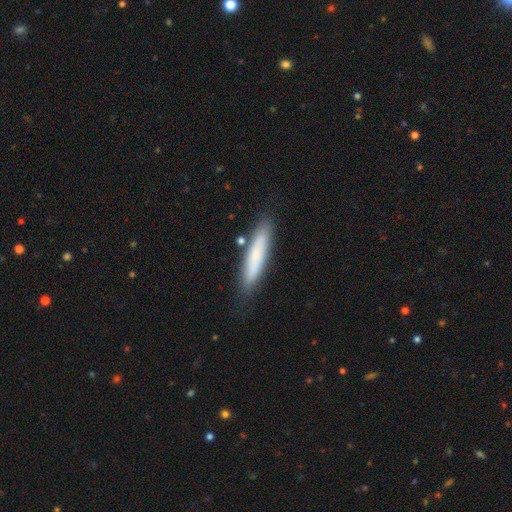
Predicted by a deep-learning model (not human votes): smooth 70%, featured or disk 23%, star or artifact 7%. Down the decision tree: how rounded — cigar-shaped (86%); merging — none (82%).